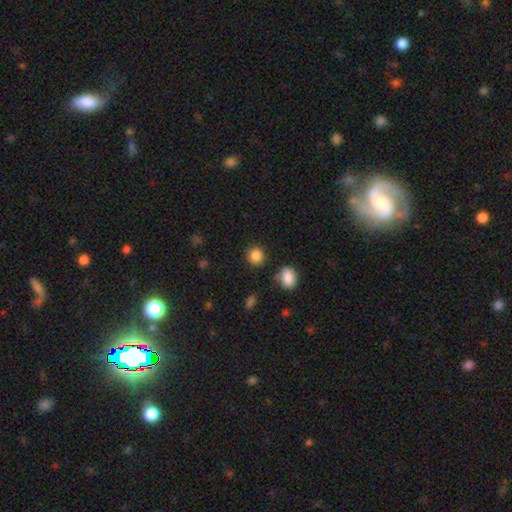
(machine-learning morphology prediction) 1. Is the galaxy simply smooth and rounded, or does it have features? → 87% smooth, 9% star or artifact, 3% featured or disk.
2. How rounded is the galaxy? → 89% round, 10% in between, 1% cigar-shaped.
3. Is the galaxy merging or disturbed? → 86% none, 8% minor disturbance, 3% merger, 3% major disturbance.